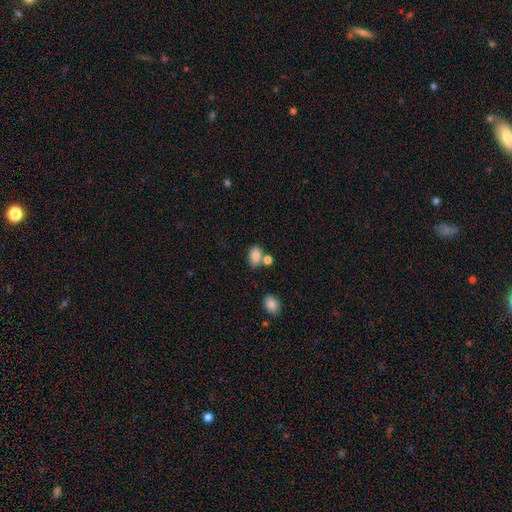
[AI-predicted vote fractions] This is clearly a smooth galaxy (84%). How rounded: clearly in between (84%). Merging: possibly none (58%).